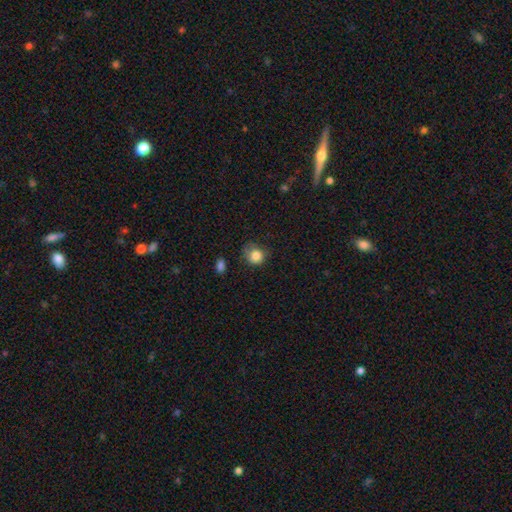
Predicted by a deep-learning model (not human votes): smooth 82%, star or artifact 9%, featured or disk 9%. Down the decision tree: how rounded — round (73%); merging — none (47%).